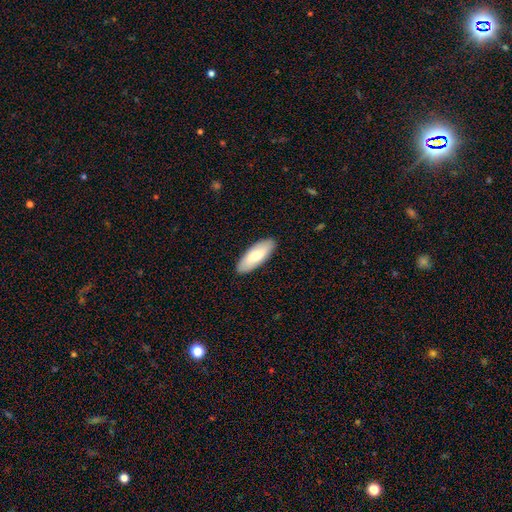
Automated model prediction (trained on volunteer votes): A smooth galaxy with no disk features (70%) that is in between round and cigar-shaped (75%). Merging: none (90%).